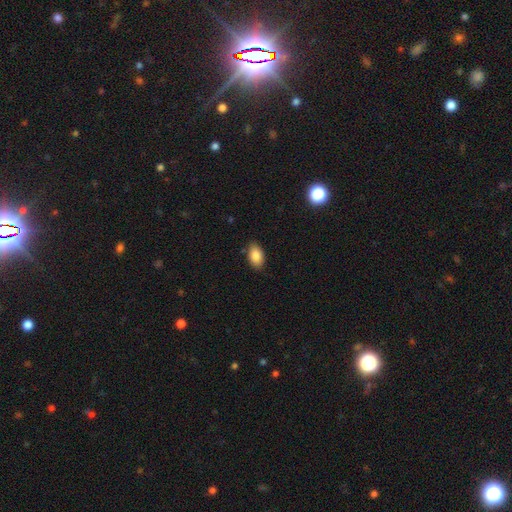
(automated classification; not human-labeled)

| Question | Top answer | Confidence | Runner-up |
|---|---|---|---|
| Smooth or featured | smooth | 87% | star or artifact (8%) |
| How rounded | in between | 92% | round (7%) |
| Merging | none | 84% | minor disturbance (12%) |